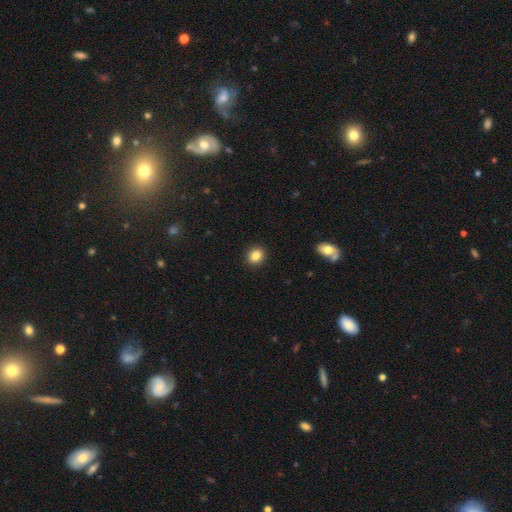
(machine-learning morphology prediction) Overall: smooth (86%). How rounded: round (64%; in between 35%). Merging: none (91%).